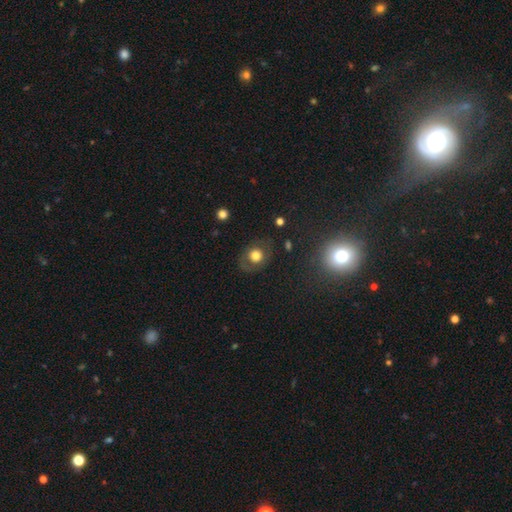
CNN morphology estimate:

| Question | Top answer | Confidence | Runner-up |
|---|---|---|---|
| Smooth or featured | smooth | 66% | featured or disk (22%) |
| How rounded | round | 69% | in between (30%) |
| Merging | none | 76% | minor disturbance (14%) |